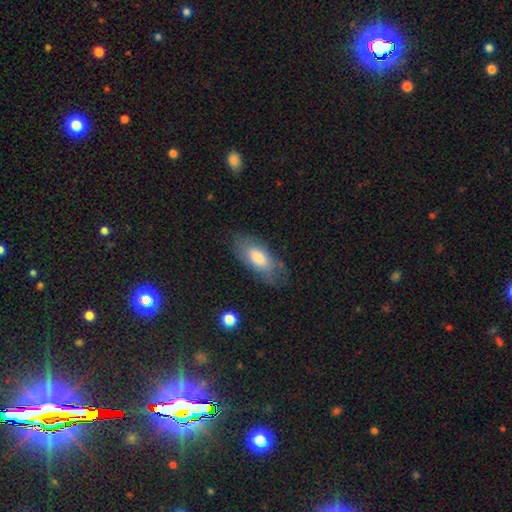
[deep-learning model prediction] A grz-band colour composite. It shows a smooth galaxy with no disk features (68%) that is in between round and cigar-shaped (84%). Merging: none (75%).